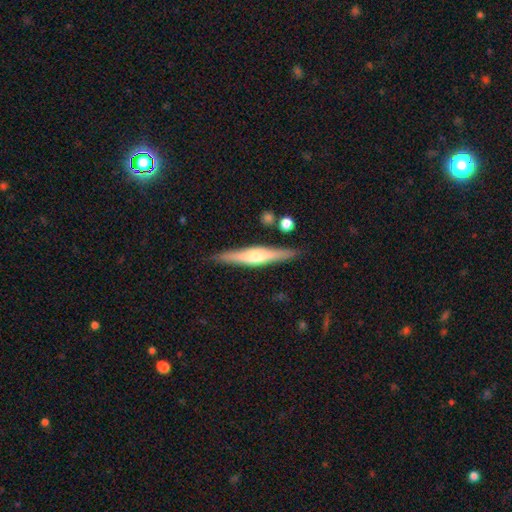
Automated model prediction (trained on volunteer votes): This appears to be a featured or disk galaxy (69%) viewed edge-on (97%) with a rounded central bulge (84%). Merging: none (89%).